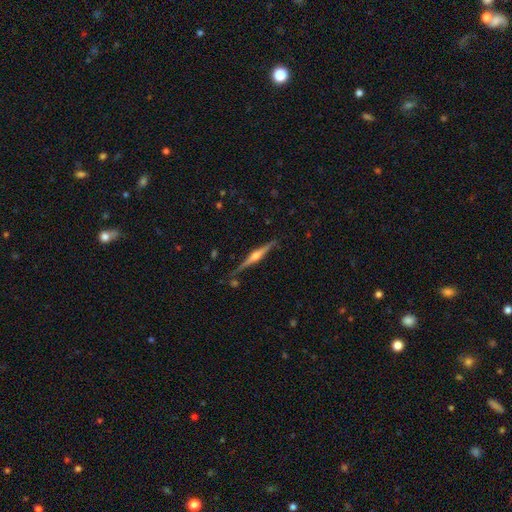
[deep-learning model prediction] Smooth or featured? featured or disk (81%)
Edge-on disk? yes (98%)
Edge-on bulge? rounded (91%)
Merging? none (85%)